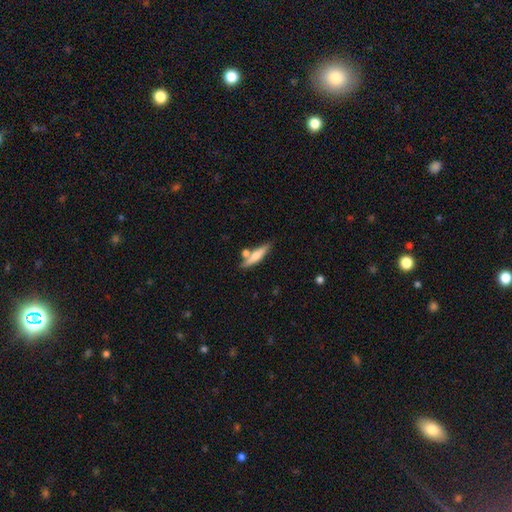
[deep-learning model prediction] Morphology: type=smooth (58%); roundness=cigar-shaped (79%); merging=none (66%).